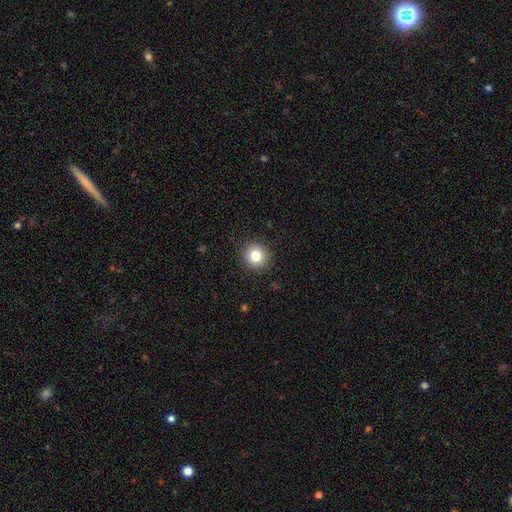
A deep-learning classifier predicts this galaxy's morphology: smooth-or-featured: smooth: 81% | star or artifact: 11% | featured or disk: 8%
  how-rounded: round: 93% | in between: 6% | cigar-shaped: 1%
  merging: none: 92% | minor disturbance: 6% | major disturbance: 2% | merger: 1%